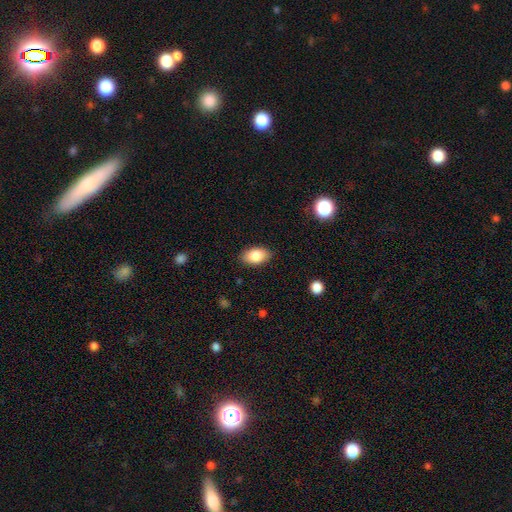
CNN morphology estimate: smooth_or_featured: smooth (p=0.85) [alt: featured or disk p=0.08]
how_rounded: in between (p=0.92) [alt: round p=0.06]
merging: none (p=0.87) [alt: minor disturbance p=0.10]